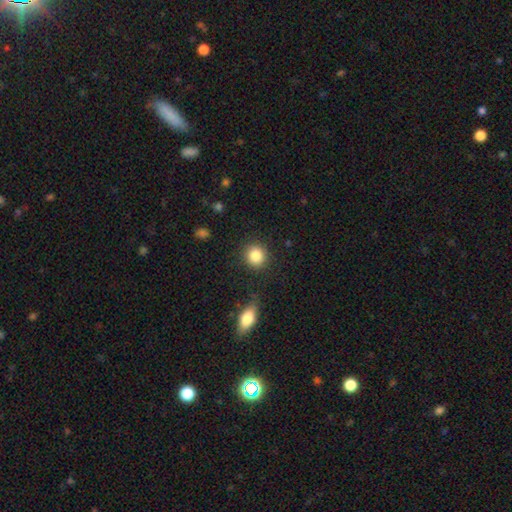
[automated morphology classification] The model was most divided on "how rounded": round: 86%, in between: 13%, cigar-shaped: 1%. More confident: merging — none (87%); smooth or featured — smooth (86%).